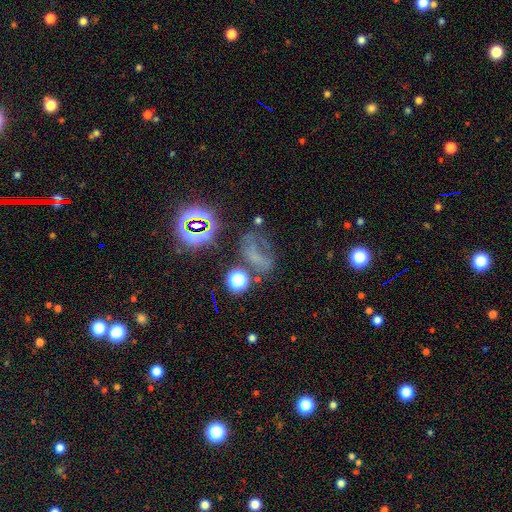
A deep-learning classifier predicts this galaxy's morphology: This is marginally a star or artifact rather than a galaxy (38%).